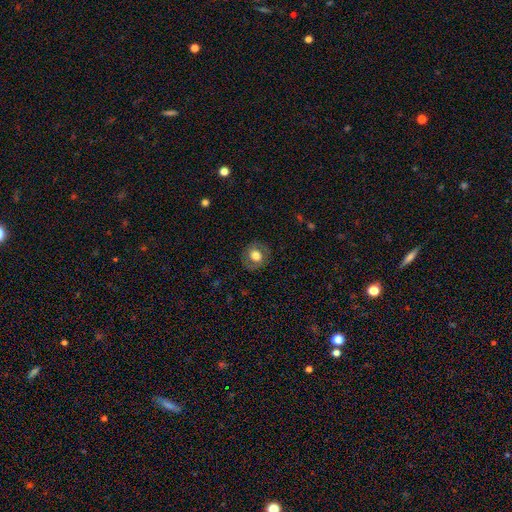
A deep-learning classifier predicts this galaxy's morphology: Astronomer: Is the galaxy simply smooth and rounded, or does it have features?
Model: smooth — 63%.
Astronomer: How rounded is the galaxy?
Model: round — 79%.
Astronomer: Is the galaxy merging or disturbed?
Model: none — 84%.